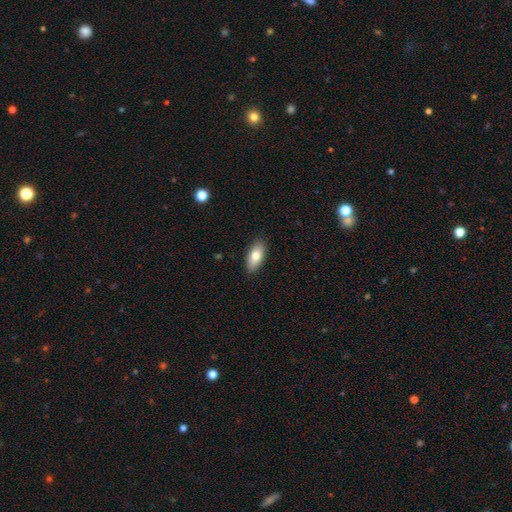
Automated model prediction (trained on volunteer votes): Morphology: type=smooth (77%); roundness=in between (87%); merging=none (89%).